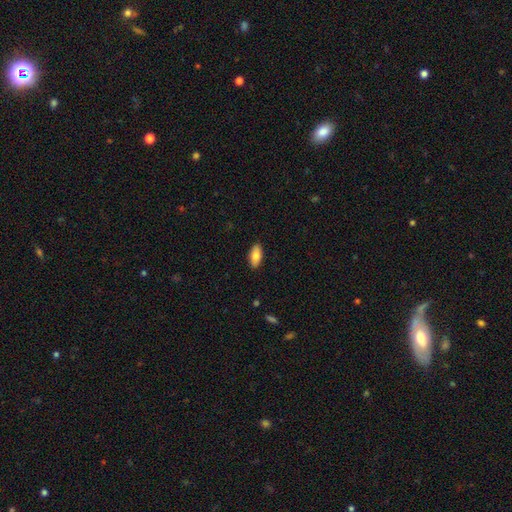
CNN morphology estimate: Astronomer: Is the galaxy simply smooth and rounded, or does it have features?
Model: smooth — 81%.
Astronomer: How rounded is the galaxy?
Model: in between — 90%.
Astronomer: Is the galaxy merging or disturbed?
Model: none — 89%.